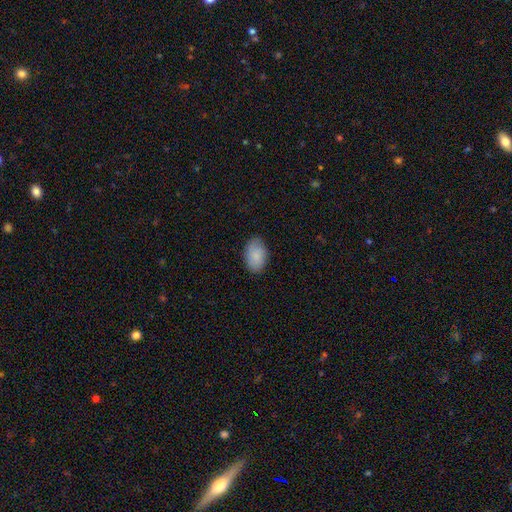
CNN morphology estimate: type=smooth (88%); roundness=in between (93%); merging=none (84%).